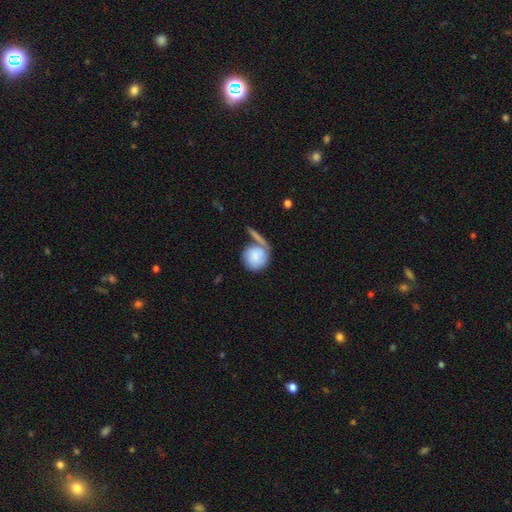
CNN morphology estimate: smooth_or_featured: smooth (p=0.75) [alt: featured or disk p=0.18]
how_rounded: round (p=0.87) [alt: in between p=0.11]
merging: none (p=0.45) [alt: merger p=0.27]